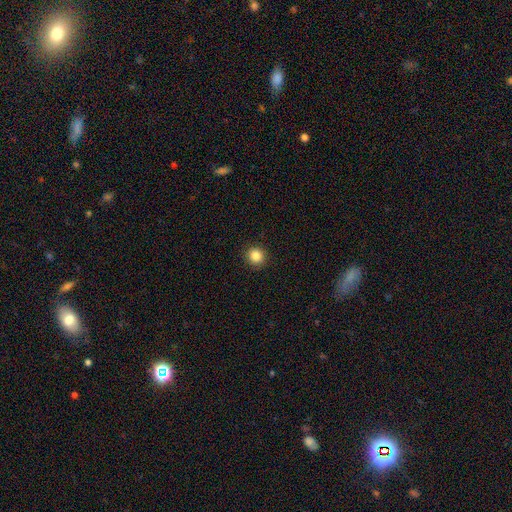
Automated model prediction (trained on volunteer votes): smooth_or_featured: smooth (p=0.86) [alt: star or artifact p=0.10]
how_rounded: round (p=0.93) [alt: in between p=0.06]
merging: none (p=0.92) [alt: minor disturbance p=0.05]